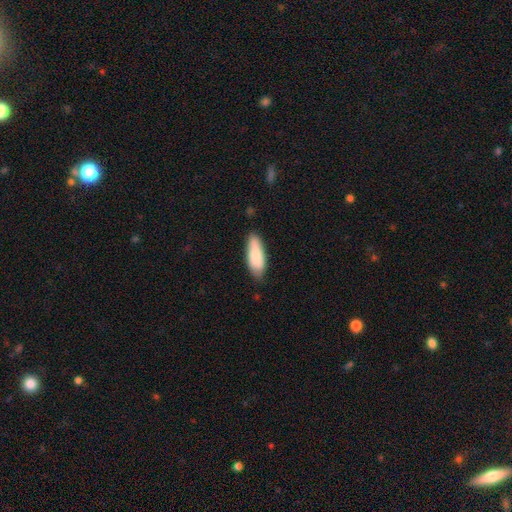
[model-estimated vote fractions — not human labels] Overall: smooth (83%). How rounded: in between (66%; cigar-shaped 32%). Merging: none (76%).